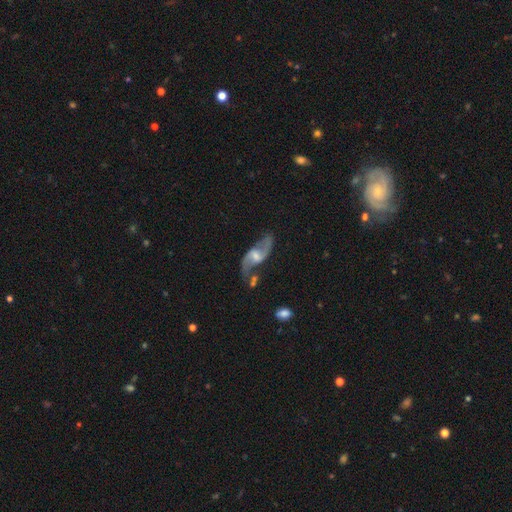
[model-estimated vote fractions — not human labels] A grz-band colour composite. It shows a featured or disk galaxy (86%) with a weak bar (54%), 2 (92%) loose (64%) spiral arms (95%) and a moderate central bulge (45%). Merging: none (68%).